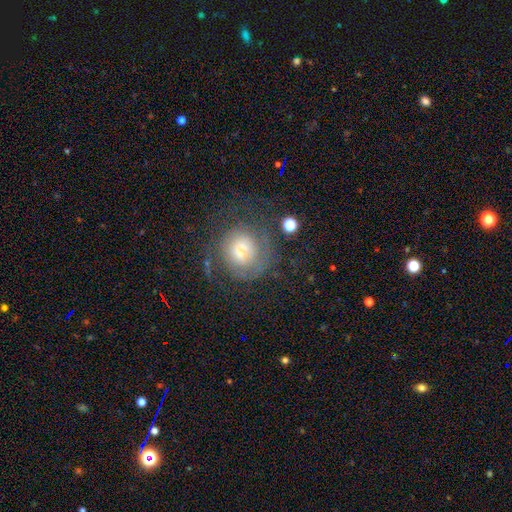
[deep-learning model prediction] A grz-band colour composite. It shows a featured or disk galaxy (55%) with no bar (66%), spiral arms (76%) and a moderate central bulge (43%). Merging: none (67%).